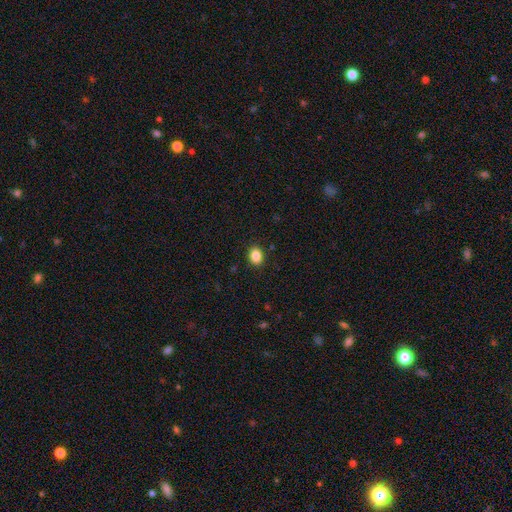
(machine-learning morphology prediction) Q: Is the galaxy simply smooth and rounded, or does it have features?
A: smooth — 87%.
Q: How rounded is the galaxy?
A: in between — 62%.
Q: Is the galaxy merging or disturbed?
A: none — 90%.